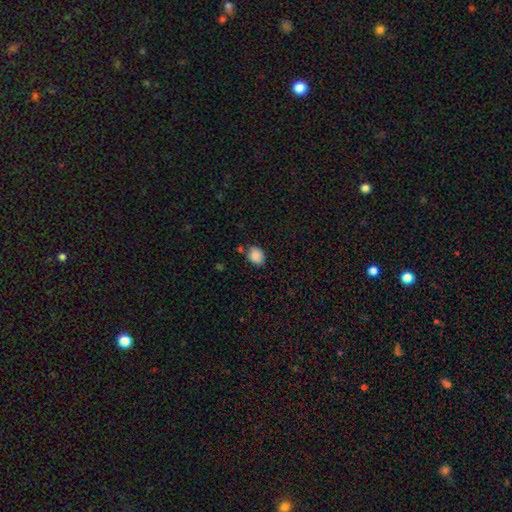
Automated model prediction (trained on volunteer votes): Smooth or featured?
  - smooth: 86% *
  - star or artifact: 9%
  - featured or disk: 5%
How rounded?
  - round: 53% *
  - in between: 46%
  - cigar-shaped: 1%
Merging?
  - none: 69% *
  - minor disturbance: 19%
  - merger: 8%
  - major disturbance: 4%